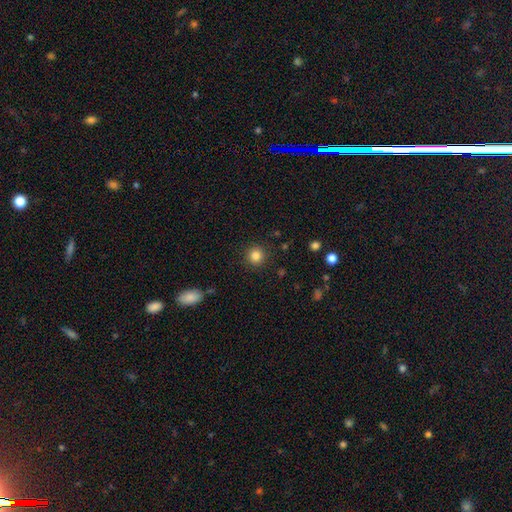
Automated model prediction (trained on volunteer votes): A smooth galaxy with no disk features (84%) that is round (93%).

Vote fractions:
- Smooth or featured? smooth: 84% / star or artifact: 11% / featured or disk: 5%
- How rounded? round: 93% / in between: 6% / cigar-shaped: 1%
- Merging? none: 90% / minor disturbance: 6% / major disturbance: 2% / merger: 1%